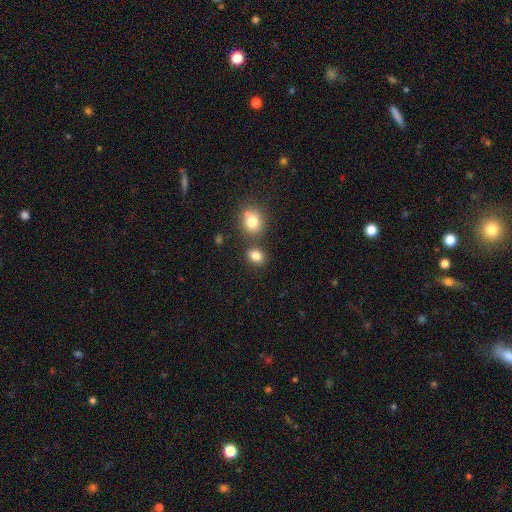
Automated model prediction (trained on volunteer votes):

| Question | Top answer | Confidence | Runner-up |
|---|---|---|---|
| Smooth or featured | smooth | 83% | star or artifact (11%) |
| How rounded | in between | 57% | round (42%) |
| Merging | none | 68% | merger (18%) |